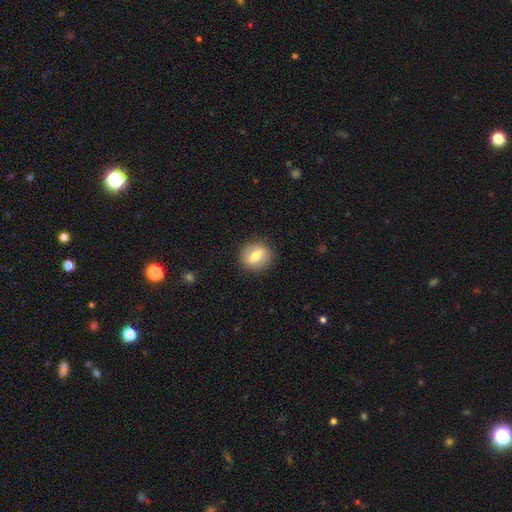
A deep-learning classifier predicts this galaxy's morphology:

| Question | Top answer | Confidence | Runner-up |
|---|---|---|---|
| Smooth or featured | smooth | 62% | featured or disk (31%) |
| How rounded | round | 70% | in between (27%) |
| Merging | none | 88% | minor disturbance (8%) |